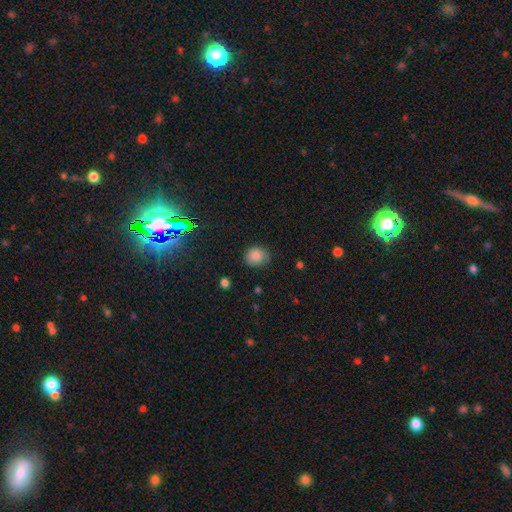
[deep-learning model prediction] This is clearly a smooth galaxy (84%). How rounded: likely round (69%). Merging: likely none (72%).